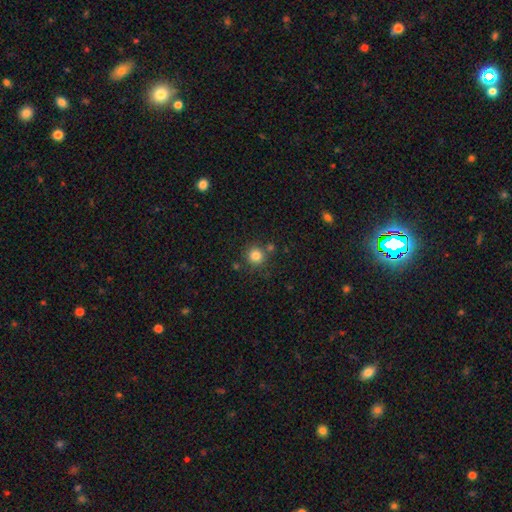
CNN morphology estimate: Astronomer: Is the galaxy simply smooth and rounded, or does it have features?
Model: smooth — 82%.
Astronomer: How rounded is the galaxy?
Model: round — 93%.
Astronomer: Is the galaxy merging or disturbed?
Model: none — 79%.